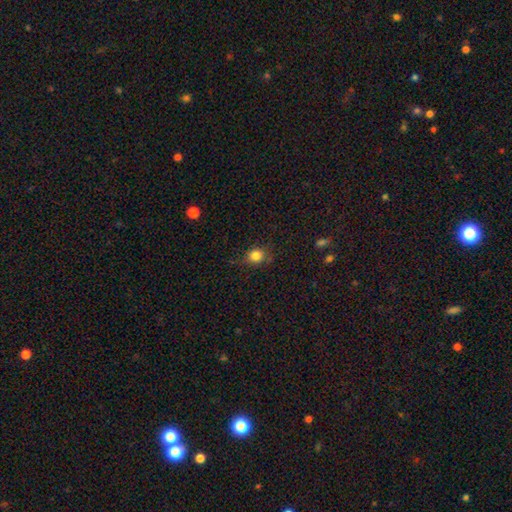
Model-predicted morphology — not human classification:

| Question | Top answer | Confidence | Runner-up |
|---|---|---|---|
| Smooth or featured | smooth | 82% | star or artifact (12%) |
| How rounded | round | 77% | in between (22%) |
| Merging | none | 73% | minor disturbance (20%) |